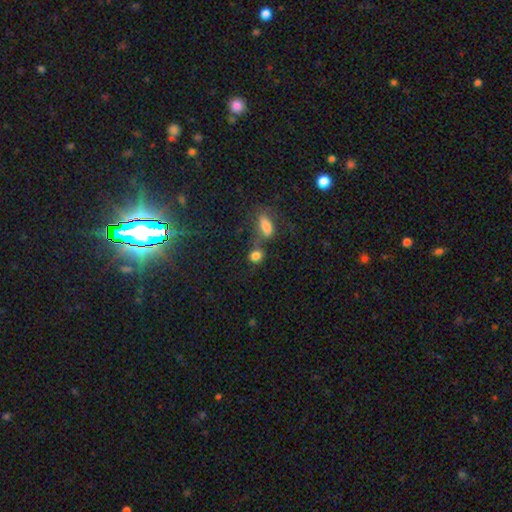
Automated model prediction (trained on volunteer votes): Smooth or featured? Predicted: smooth (p=0.79). How rounded? Predicted: round (p=0.59). Merging? Predicted: none (p=0.50).